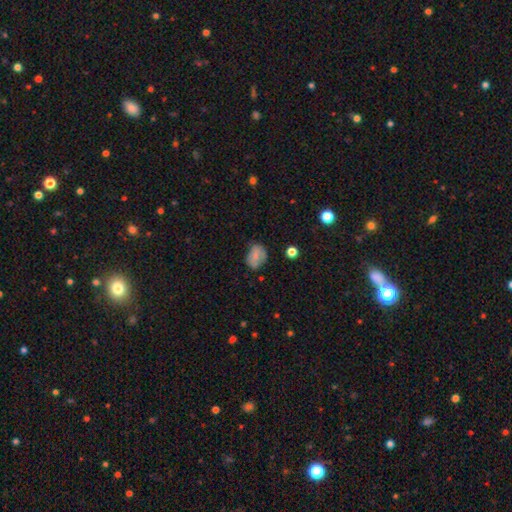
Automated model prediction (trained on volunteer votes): Morphology: type=smooth (72%); roundness=in between (64%); merging=none (60%).